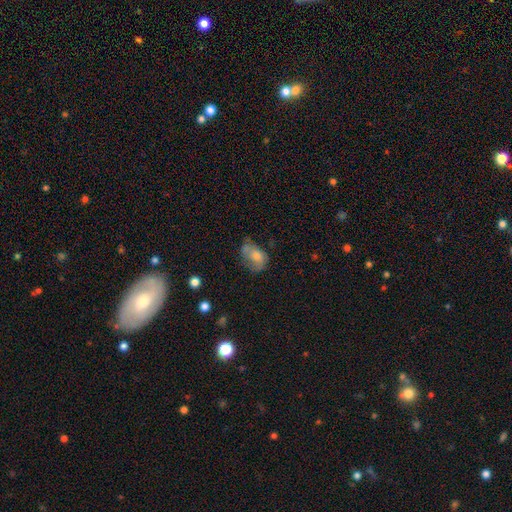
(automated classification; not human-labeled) This is likely a smooth galaxy (66%). How rounded: clearly in between (81%). Merging: marginally none (35%, tied with minor disturbance).